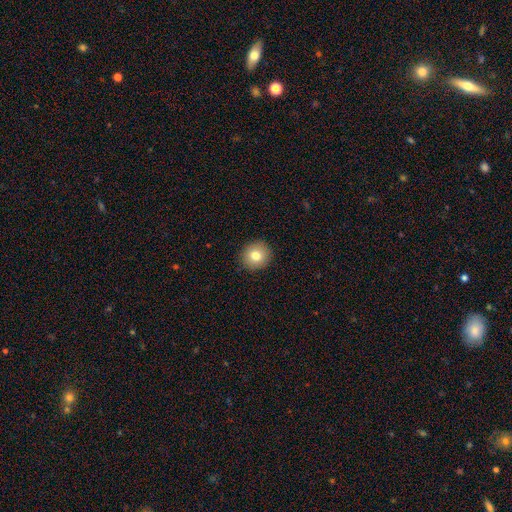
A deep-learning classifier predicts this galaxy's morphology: Smooth or featured: smooth — 79% (featured or disk — 11%)
How rounded: round — 90% (in between — 9%)
Merging: none — 92% (minor disturbance — 6%)